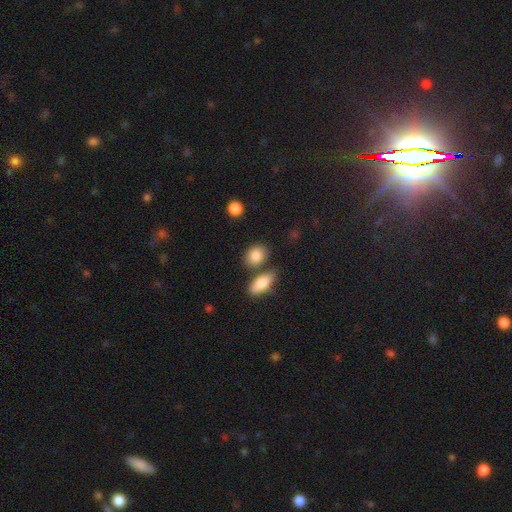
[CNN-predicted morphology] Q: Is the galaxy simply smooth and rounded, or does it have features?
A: smooth — 86%.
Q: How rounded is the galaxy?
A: in between — 59%.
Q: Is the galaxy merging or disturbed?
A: none — 68%.